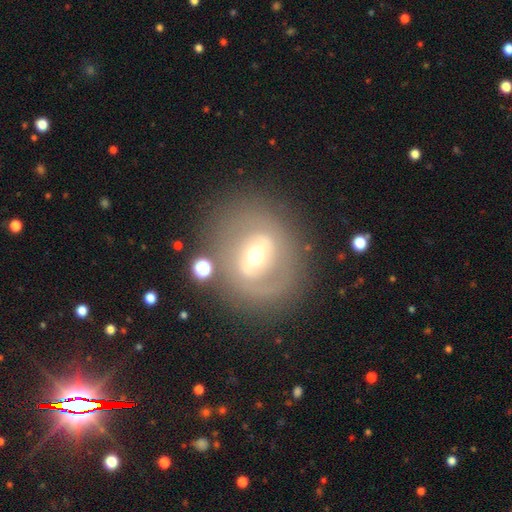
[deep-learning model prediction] Morphology: type=featured or disk (62%); edge-on=no (93%); bar=weak (38%); spiral arms=no (69%); bulge=moderate (64%); merging=none (76%).